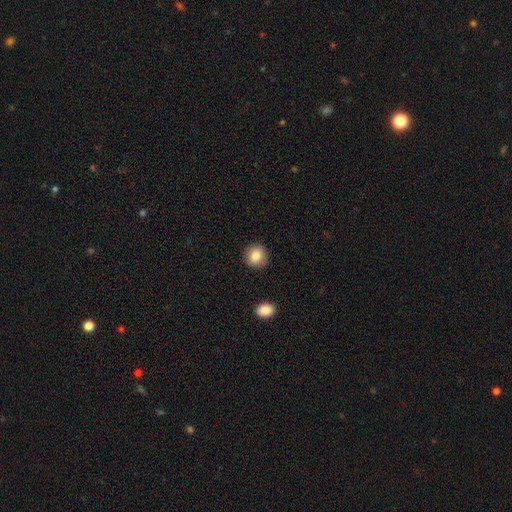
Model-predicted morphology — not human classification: smooth-or-featured: smooth: 86% | star or artifact: 8% | featured or disk: 6%
  how-rounded: round: 86% | in between: 13% | cigar-shaped: 1%
  merging: none: 89% | minor disturbance: 7% | major disturbance: 2% | merger: 1%